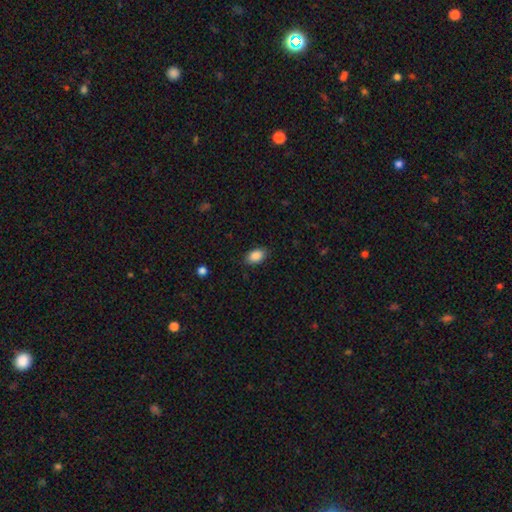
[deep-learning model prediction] Smooth or featured? Predicted: smooth (p=0.88). How rounded? Predicted: in between (p=0.89). Merging? Predicted: none (p=0.86).